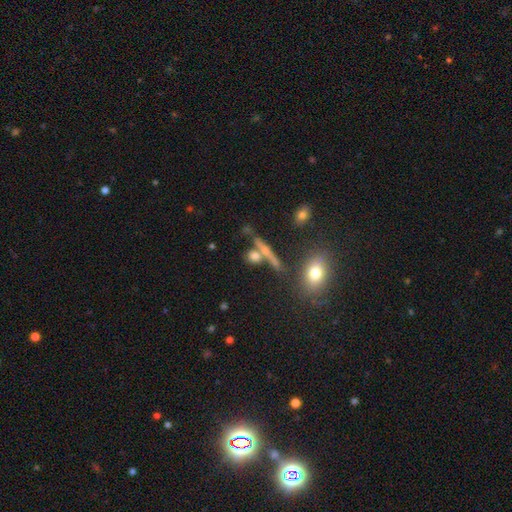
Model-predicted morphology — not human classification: smooth-or-featured: smooth: 54% | featured or disk: 30% | star or artifact: 17%
  how-rounded: round: 41% | cigar-shaped: 36% | in between: 23%
  merging: none: 60% | merger: 23% | minor disturbance: 11% | major disturbance: 6%